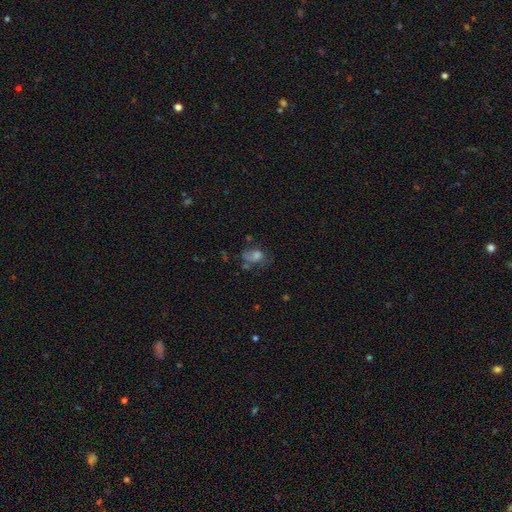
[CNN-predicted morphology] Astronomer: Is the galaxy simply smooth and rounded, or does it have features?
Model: smooth — 45% (runner-up: featured or disk, 30%).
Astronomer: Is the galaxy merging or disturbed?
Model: none — 44% (runner-up: major disturbance, 25%).